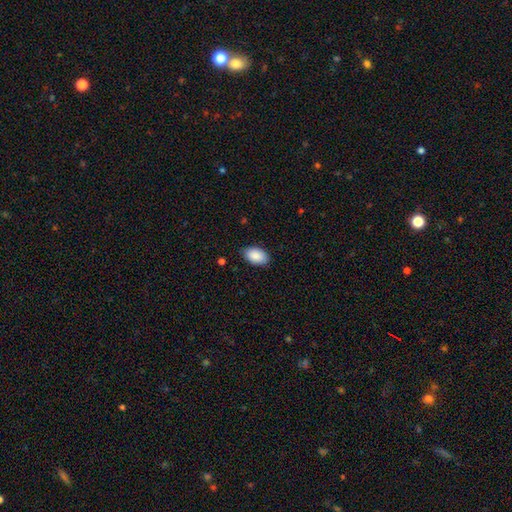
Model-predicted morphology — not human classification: Overall: smooth (90%). How rounded: in between (94%). Merging: none (85%).